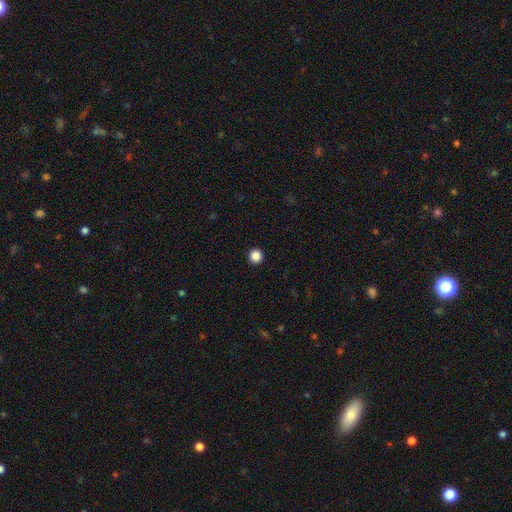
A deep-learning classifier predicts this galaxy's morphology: A smooth galaxy with no disk features (87%) that is round (96%). Merging: none (94%).